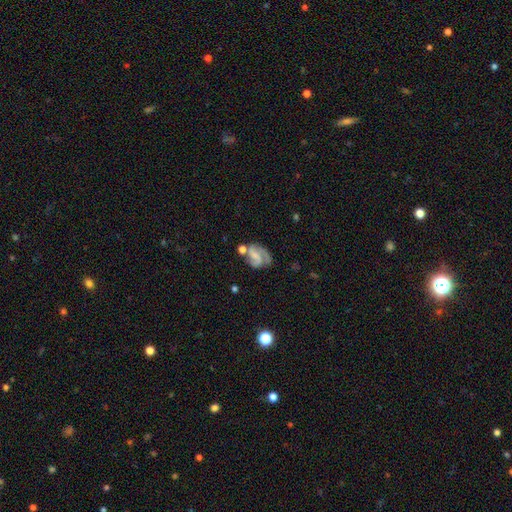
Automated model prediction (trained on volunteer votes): Smooth or featured?
  - featured or disk: 73% *
  - smooth: 19%
  - star or artifact: 8%
Edge-on disk?
  - no: 98% *
  - yes: 2%
Bar?
  - no: 44% *
  - weak: 41%
  - strong: 15%
Spiral arms?
  - yes: 91% *
  - no: 9%
Spiral winding?
  - medium: 48% *
  - tight: 28%
  - loose: 24%
Spiral arm count?
  - 2: 67% *
  - 1: 12%
  - can't tell: 9%
  - 3: 8%
  - 4: 2%
  - more than 4: 2%
Bulge size?
  - none: 43% *
  - small: 36%
  - moderate: 16%
  - large: 4%
  - dominant: 1%
Merging?
  - none: 45% *
  - minor disturbance: 21%
  - major disturbance: 18%
  - merger: 15%